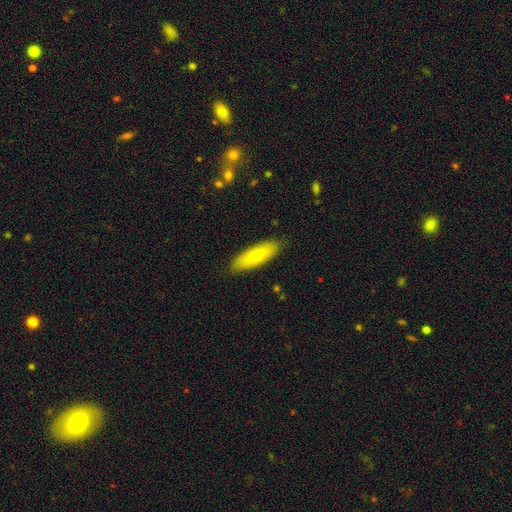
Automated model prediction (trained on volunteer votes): Smooth or featured? smooth (63%)
How rounded? cigar-shaped (50%)
Merging? none (87%)